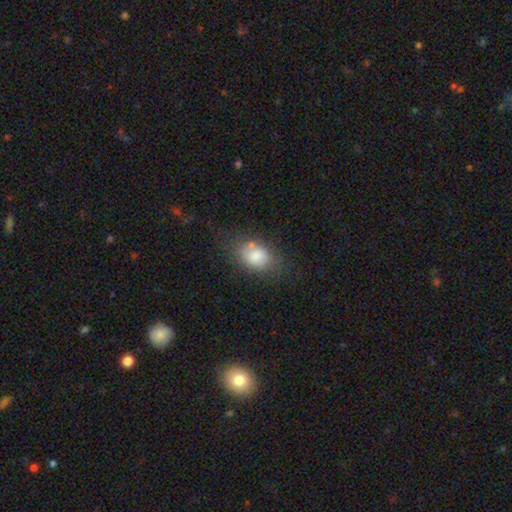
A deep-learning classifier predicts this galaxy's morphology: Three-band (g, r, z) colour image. It shows a smooth galaxy with no disk features (79%) that is in between round and cigar-shaped (74%). Merging: none (57%).